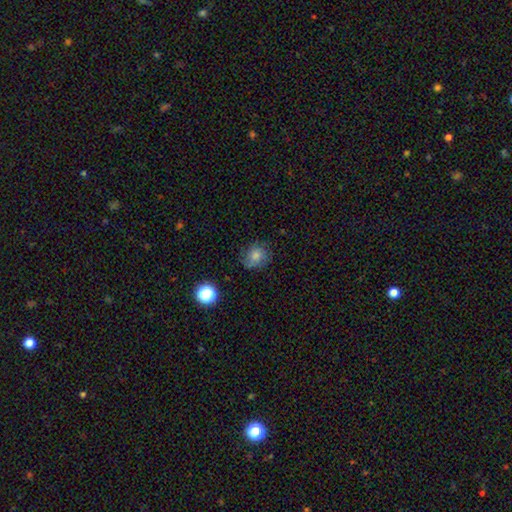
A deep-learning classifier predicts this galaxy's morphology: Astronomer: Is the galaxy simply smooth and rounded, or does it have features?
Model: smooth — 71%.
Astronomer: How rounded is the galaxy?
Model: round — 74%.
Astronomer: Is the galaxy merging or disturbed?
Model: none — 71%.